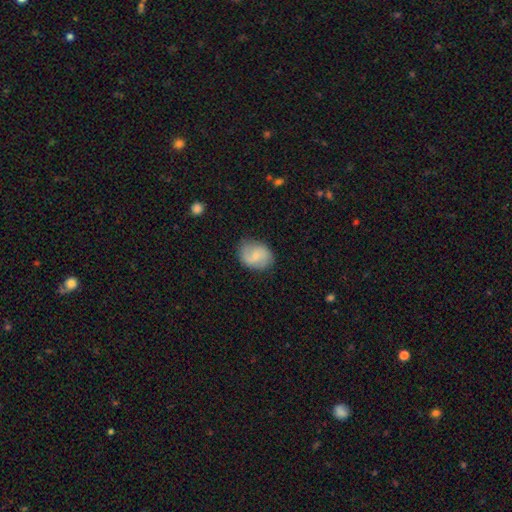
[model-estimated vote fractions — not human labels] Overall: smooth (51%; featured or disk 42%). How rounded: in between (54%; round 45%). Merging: none (77%).